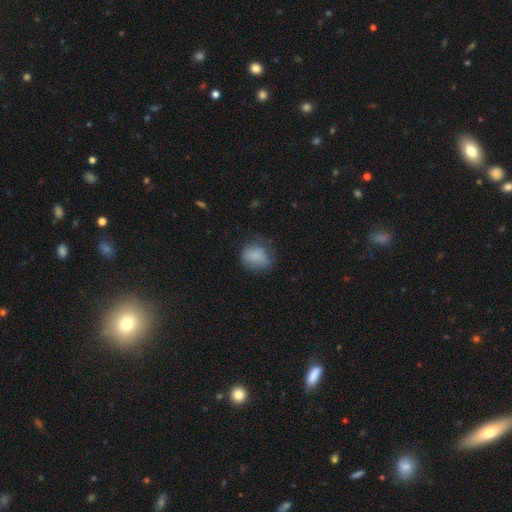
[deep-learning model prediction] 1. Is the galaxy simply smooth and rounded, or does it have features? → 81% smooth, 10% featured or disk, 9% star or artifact.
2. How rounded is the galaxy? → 58% round, 41% in between, 1% cigar-shaped.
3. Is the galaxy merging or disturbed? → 58% none, 27% minor disturbance, 13% major disturbance, 2% merger.